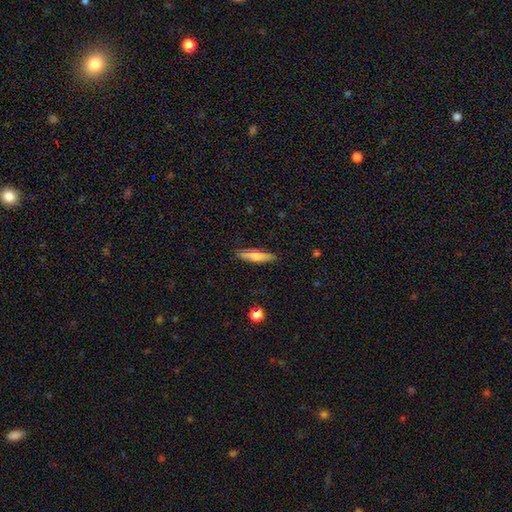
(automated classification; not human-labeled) A smooth galaxy with no disk features (69%) that is cigar-shaped (57%).

Vote fractions:
- Smooth or featured? smooth: 69% / featured or disk: 18% / star or artifact: 12%
- How rounded? cigar-shaped: 57% / in between: 40% / round: 3%
- Merging? none: 85% / minor disturbance: 11% / major disturbance: 2% / merger: 1%